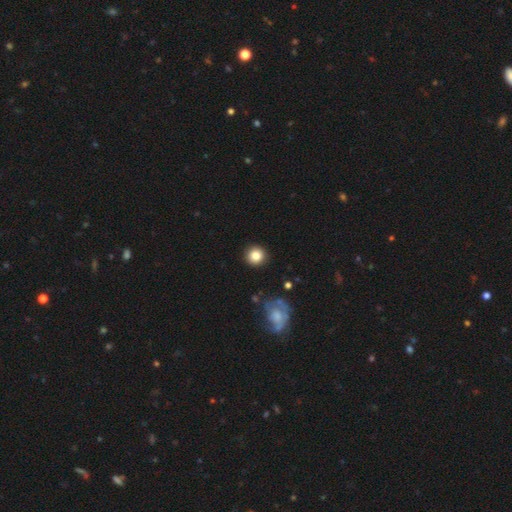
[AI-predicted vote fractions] This is clearly a smooth galaxy (83%). How rounded: clearly round (93%). Merging: clearly none (90%).